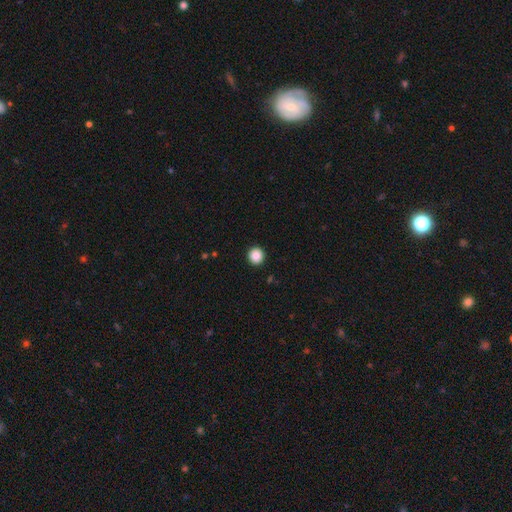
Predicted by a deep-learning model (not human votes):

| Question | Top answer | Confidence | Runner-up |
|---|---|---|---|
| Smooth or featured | smooth | 86% | star or artifact (9%) |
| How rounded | round | 94% | in between (5%) |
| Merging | none | 93% | minor disturbance (4%) |